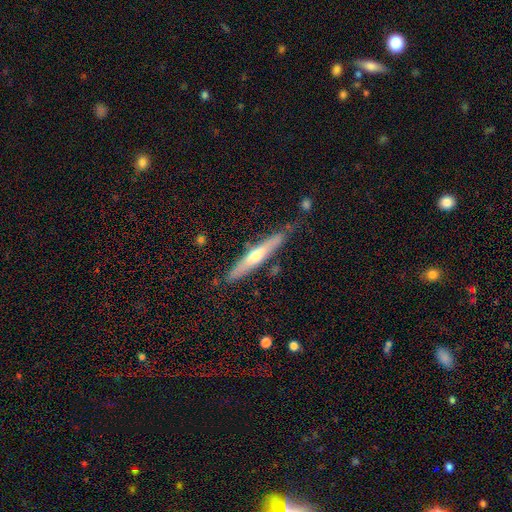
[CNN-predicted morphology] A featured or disk galaxy (53%) viewed edge-on (90%).

Vote fractions:
- Smooth or featured? featured or disk: 53% / smooth: 41% / star or artifact: 6%
- Edge-on disk? yes: 90% / no: 10%
- Merging? none: 76% / minor disturbance: 18% / major disturbance: 4% / merger: 3%